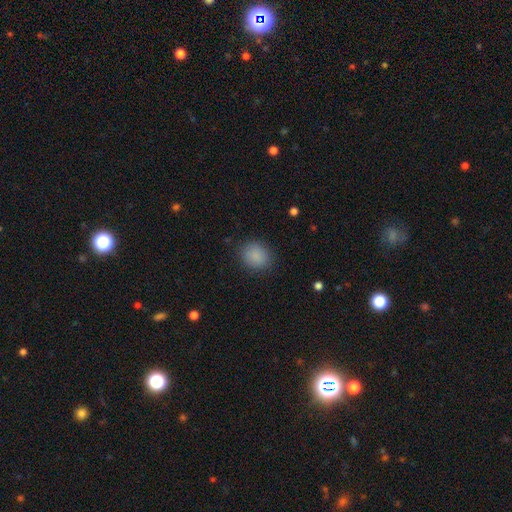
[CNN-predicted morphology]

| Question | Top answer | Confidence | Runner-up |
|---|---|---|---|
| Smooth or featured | smooth | 87% | star or artifact (9%) |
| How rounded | round | 67% | in between (32%) |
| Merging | none | 86% | minor disturbance (10%) |